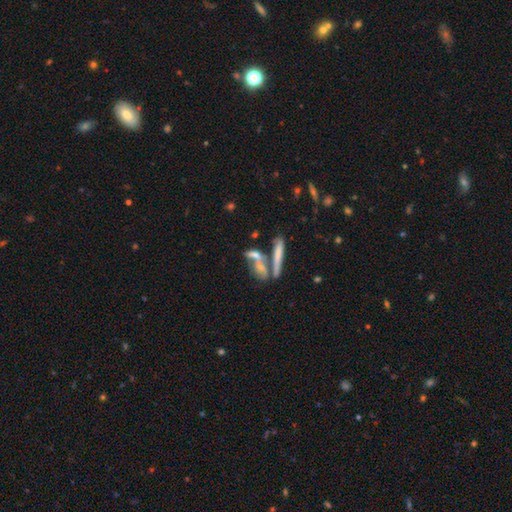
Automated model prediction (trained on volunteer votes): Smooth or featured? smooth (52%)
How rounded? cigar-shaped (64%)
Merging? merger (47%)